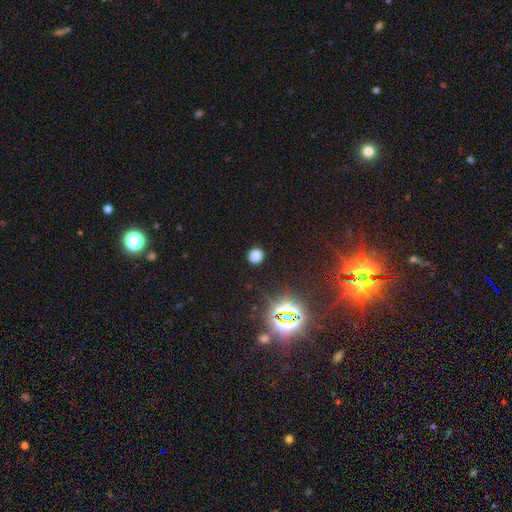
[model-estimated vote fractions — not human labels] Smooth or featured? smooth (75%)
How rounded? round (84%)
Merging? none (88%)